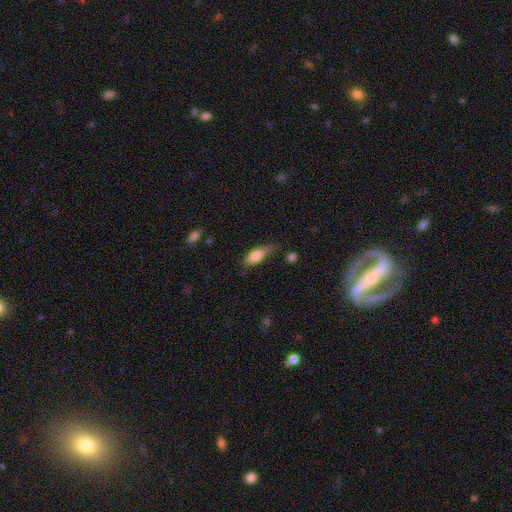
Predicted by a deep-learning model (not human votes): smooth_or_featured: smooth (p=0.76) [alt: featured or disk p=0.17]
how_rounded: in between (p=0.65) [alt: cigar-shaped p=0.32]
merging: none (p=0.48) [alt: minor disturbance p=0.37]